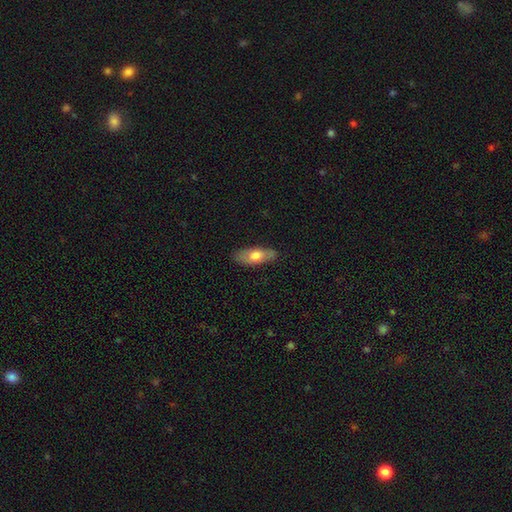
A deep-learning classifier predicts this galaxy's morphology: A smooth galaxy with no disk features (67%) that is in between round and cigar-shaped (73%).

Vote fractions:
- Smooth or featured? smooth: 67% / featured or disk: 27% / star or artifact: 6%
- How rounded? in between: 73% / cigar-shaped: 24% / round: 3%
- Merging? none: 81% / minor disturbance: 15% / major disturbance: 3% / merger: 1%